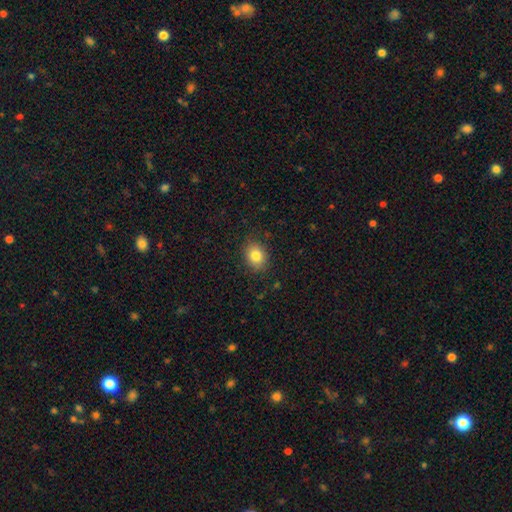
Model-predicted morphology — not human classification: The model was most divided on "how rounded": in between: 56%, round: 43%, cigar-shaped: 1%. More confident: merging — none (86%); smooth or featured — smooth (83%).